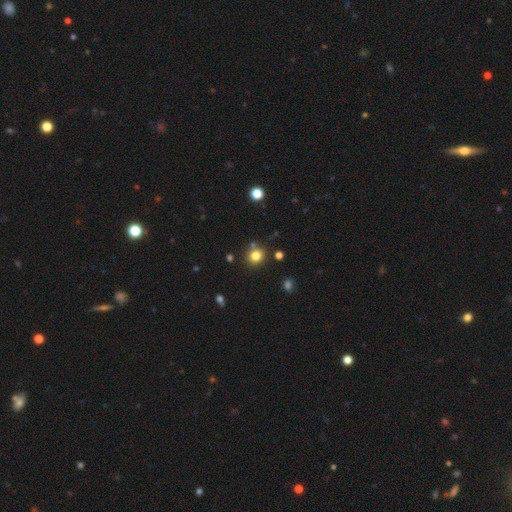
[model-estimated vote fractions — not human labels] Smooth or featured? smooth (80%)
How rounded? round (83%)
Merging? none (78%)